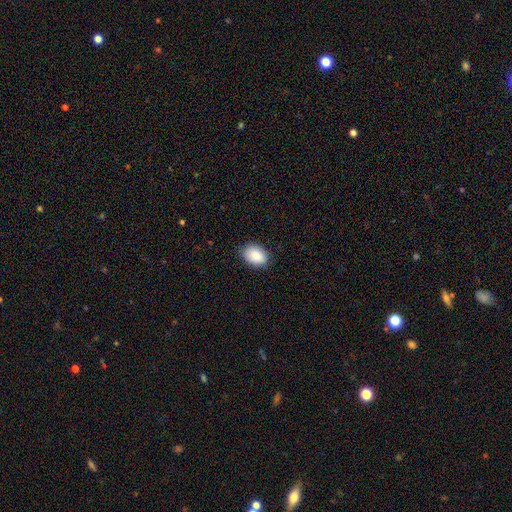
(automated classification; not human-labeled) smooth-or-featured: smooth: 89% | star or artifact: 7% | featured or disk: 5%
  how-rounded: in between: 85% | round: 14% | cigar-shaped: 1%
  merging: none: 83% | minor disturbance: 13% | major disturbance: 2% | merger: 1%